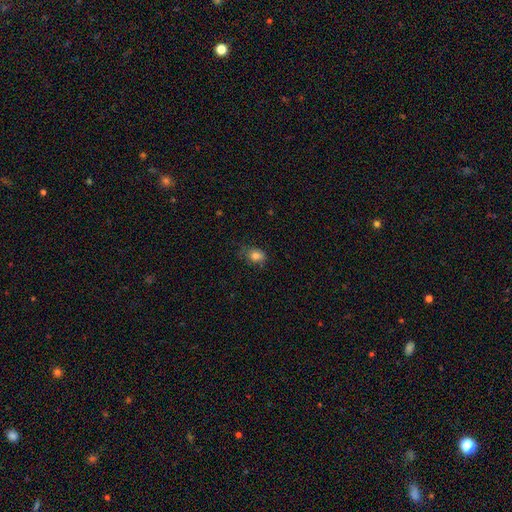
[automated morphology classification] Smooth or featured?
  - smooth: 81% *
  - star or artifact: 11%
  - featured or disk: 8%
How rounded?
  - in between: 64% *
  - round: 35%
  - cigar-shaped: 1%
Merging?
  - none: 65% *
  - minor disturbance: 26%
  - major disturbance: 8%
  - merger: 2%